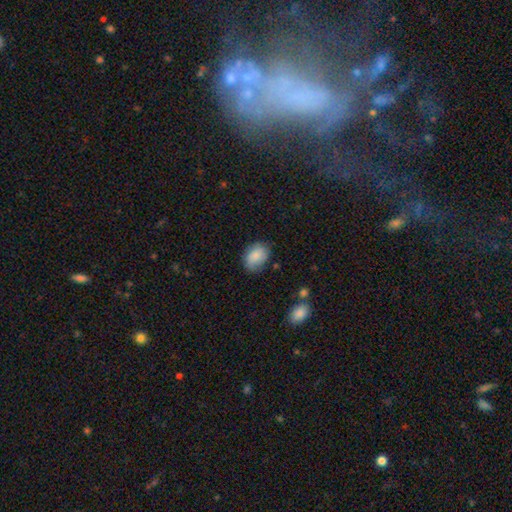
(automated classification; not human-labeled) The model was most divided on "how rounded": in between: 71%, round: 28%, cigar-shaped: 1%. More confident: smooth or featured — smooth (82%); merging — none (71%).